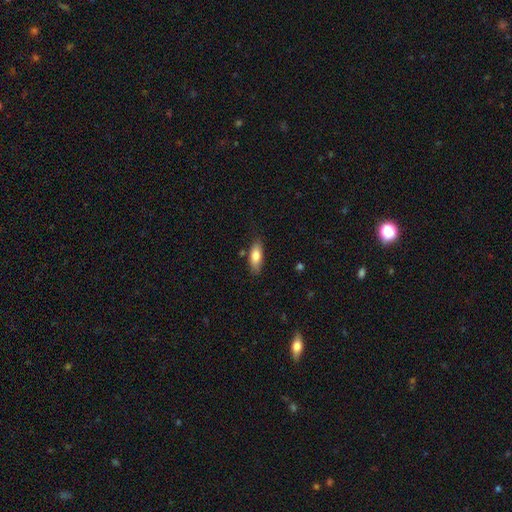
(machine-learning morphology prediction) Smooth or featured? smooth (80%)
How rounded? in between (74%)
Merging? none (77%)